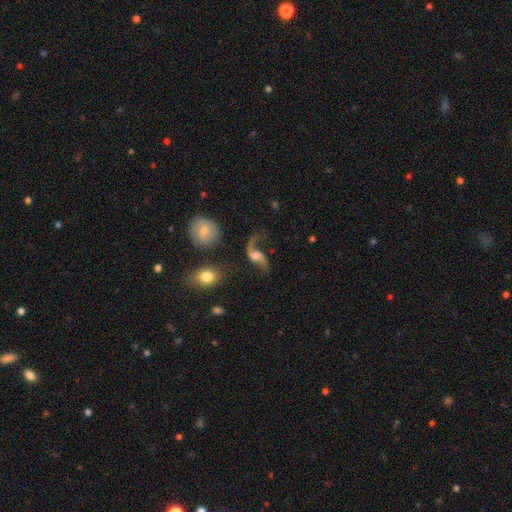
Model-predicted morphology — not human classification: This is clearly a featured or disk galaxy (82%). It is clearly not viewed edge-on (96%). Bar: possibly no (51%). Spiral arm pattern: clearly yes (95%). Spiral arm count: clearly 2 (82%). Spiral winding: clearly loose (90%). Central bulge: marginally moderate (42%). Merging: possibly none (52%).